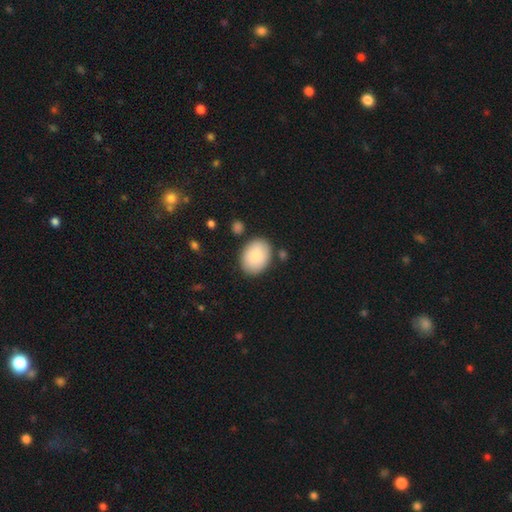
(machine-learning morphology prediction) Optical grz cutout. It shows a smooth galaxy with no disk features (84%) that is in between round and cigar-shaped (74%). Merging: none (82%).